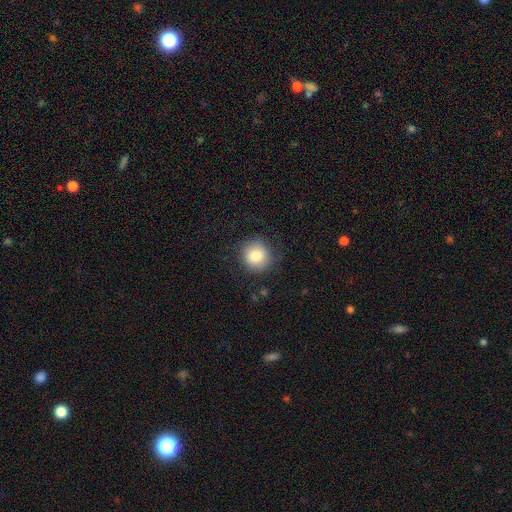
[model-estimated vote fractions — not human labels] Smooth or featured: smooth — 83% (star or artifact — 9%)
How rounded: round — 89% (in between — 10%)
Merging: none — 81% (minor disturbance — 13%)